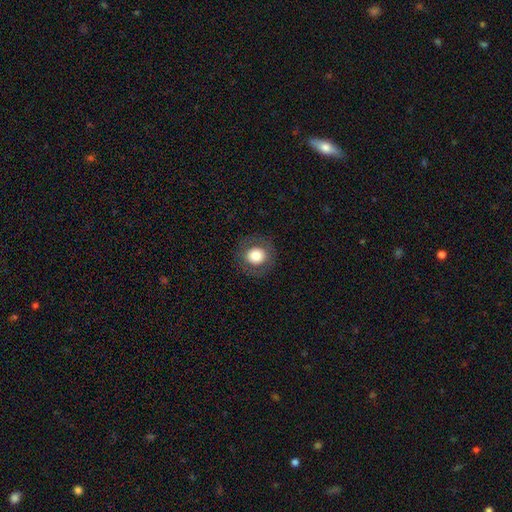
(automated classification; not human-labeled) The model was most divided on "smooth or featured": smooth: 74%, featured or disk: 16%, star or artifact: 9%. More confident: how rounded — round (90%); merging — none (87%).